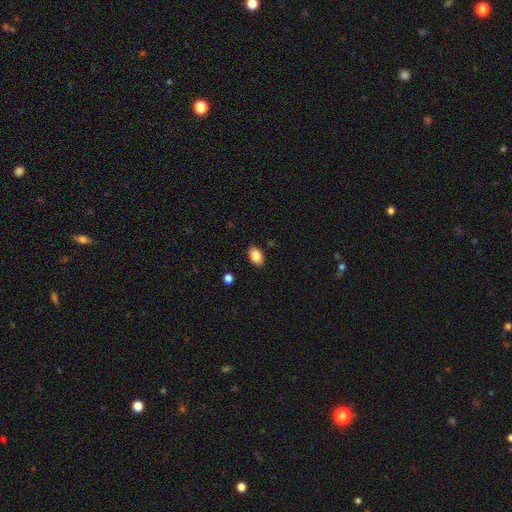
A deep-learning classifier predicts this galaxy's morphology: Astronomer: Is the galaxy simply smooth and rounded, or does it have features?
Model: smooth — 85%.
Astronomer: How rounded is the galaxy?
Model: in between — 83%.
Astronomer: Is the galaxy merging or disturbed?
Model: none — 82%.